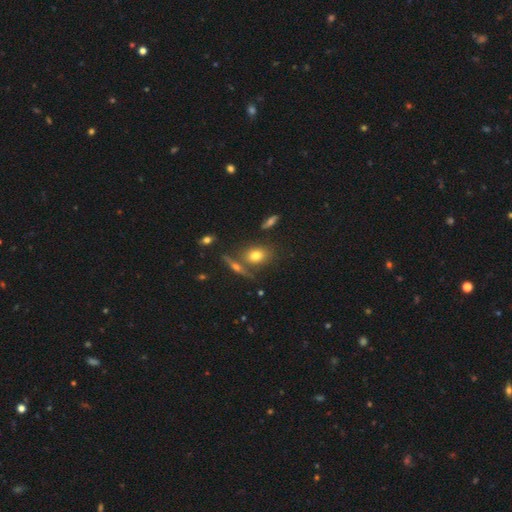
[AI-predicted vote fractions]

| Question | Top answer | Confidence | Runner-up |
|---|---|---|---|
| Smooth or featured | smooth | 71% | featured or disk (17%) |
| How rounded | in between | 54% | round (42%) |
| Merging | none | 67% | merger (17%) |